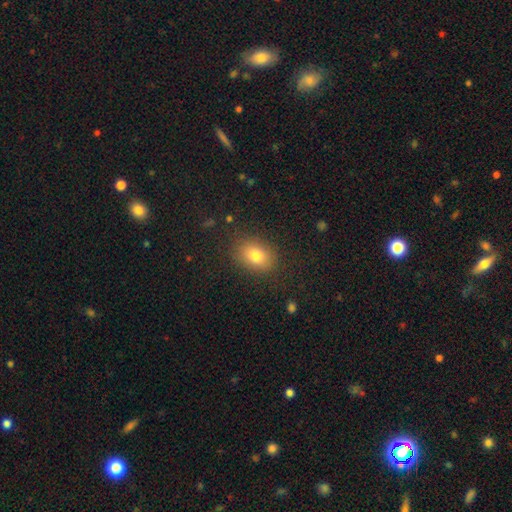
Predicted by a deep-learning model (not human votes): This is likely a smooth galaxy (80%). How rounded: likely in between (66%). Merging: clearly none (85%).